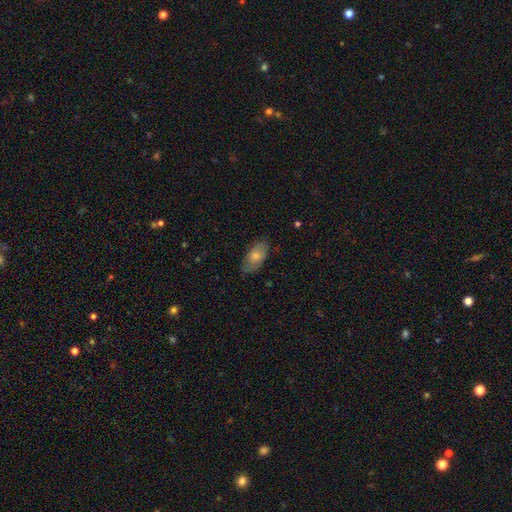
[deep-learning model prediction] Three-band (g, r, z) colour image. It shows a smooth galaxy with no disk features (72%) that is in between round and cigar-shaped (93%). Merging: none (76%).